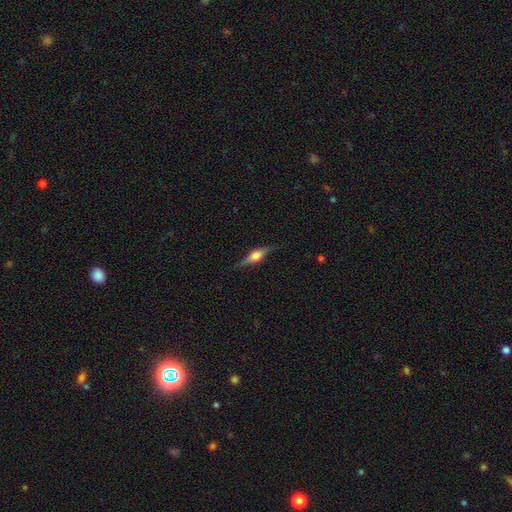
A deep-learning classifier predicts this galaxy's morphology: featured or disk 65%, smooth 28%, star or artifact 7%. Down the decision tree: edge-on disk — yes (95%); edge-on bulge — rounded (87%); merging — none (82%).